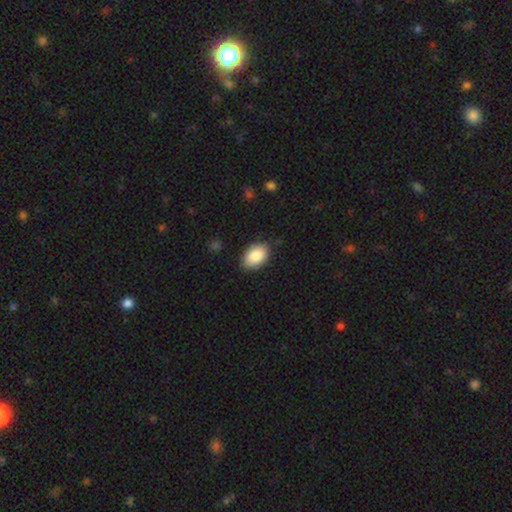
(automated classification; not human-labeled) Overall: smooth (88%). How rounded: in between (91%). Merging: none (84%).